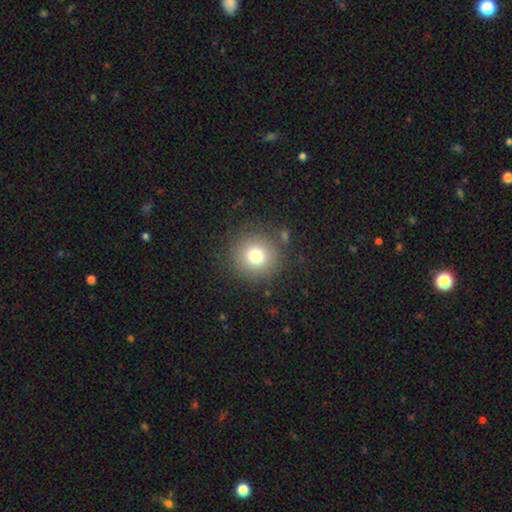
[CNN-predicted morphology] Smooth or featured?
  - smooth: 77% *
  - star or artifact: 13%
  - featured or disk: 10%
How rounded?
  - round: 94% *
  - in between: 5%
  - cigar-shaped: 1%
Merging?
  - none: 86% *
  - minor disturbance: 8%
  - major disturbance: 4%
  - merger: 2%